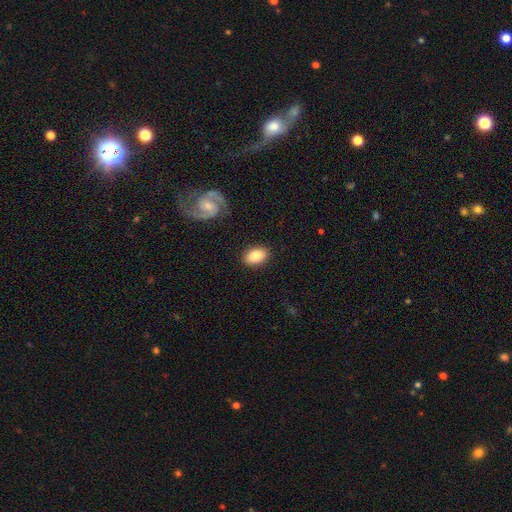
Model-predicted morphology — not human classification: type=smooth (82%); roundness=in between (86%); merging=none (85%).